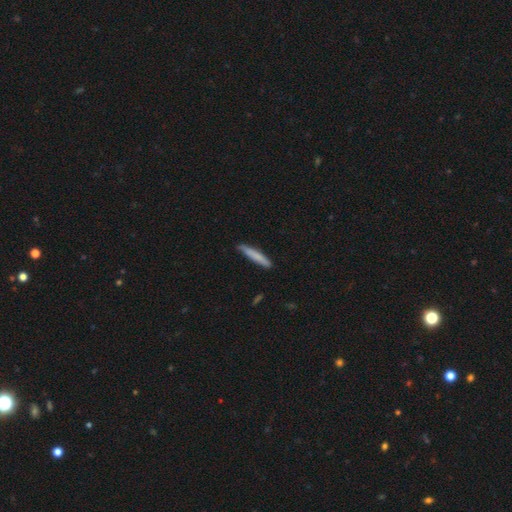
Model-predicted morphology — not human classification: smooth-or-featured: smooth: 77% | featured or disk: 18% | star or artifact: 6%
  how-rounded: cigar-shaped: 94% | in between: 5% | round: 1%
  merging: none: 85% | minor disturbance: 12% | major disturbance: 2% | merger: 1%